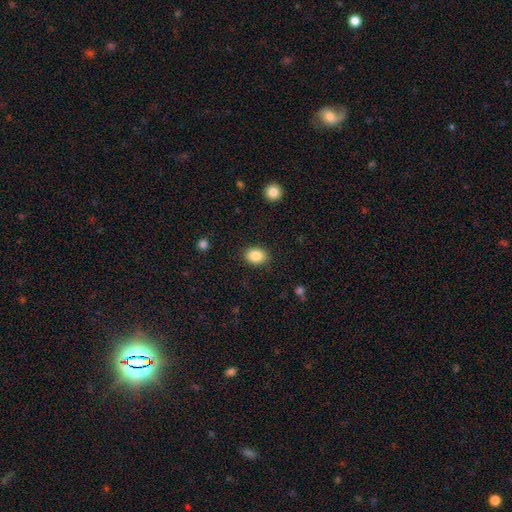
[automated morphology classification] Smooth or featured? Predicted: smooth (p=0.86). How rounded? Predicted: in between (p=0.65). Merging? Predicted: none (p=0.87).